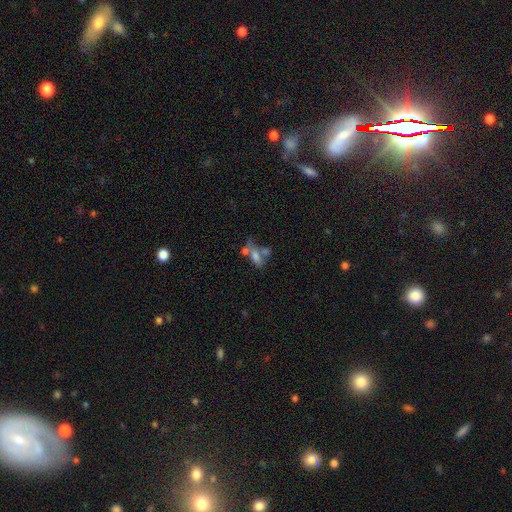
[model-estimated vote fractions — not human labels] Overall: smooth (36%; featured or disk 34%). Merging: none (41%; merger 35%).